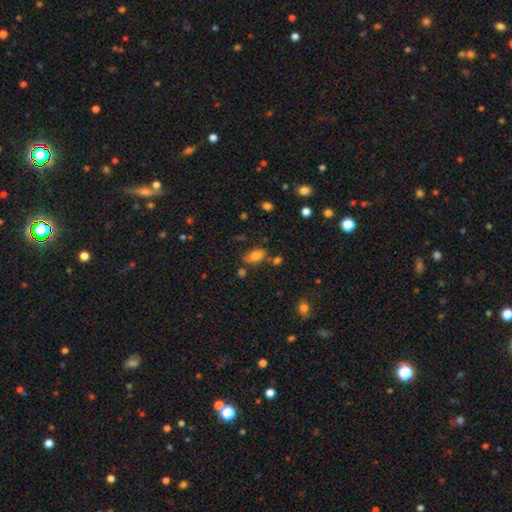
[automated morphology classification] smooth 79%, featured or disk 11%, star or artifact 10%. Down the decision tree: how rounded — in between (89%); merging — none (69%).